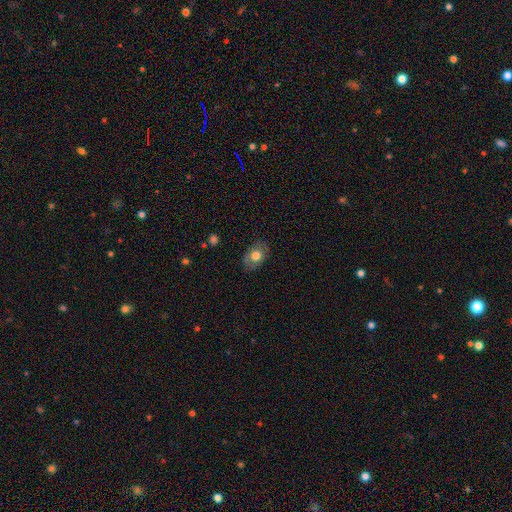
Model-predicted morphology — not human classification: This appears to be a smooth galaxy with no disk features (63%) that is in between round and cigar-shaped (76%). Merging: none (80%).